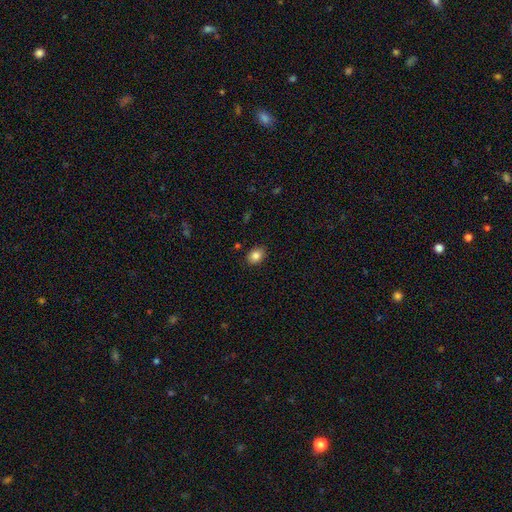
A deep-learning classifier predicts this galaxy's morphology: Smooth or featured? smooth (84%)
How rounded? in between (67%)
Merging? none (87%)